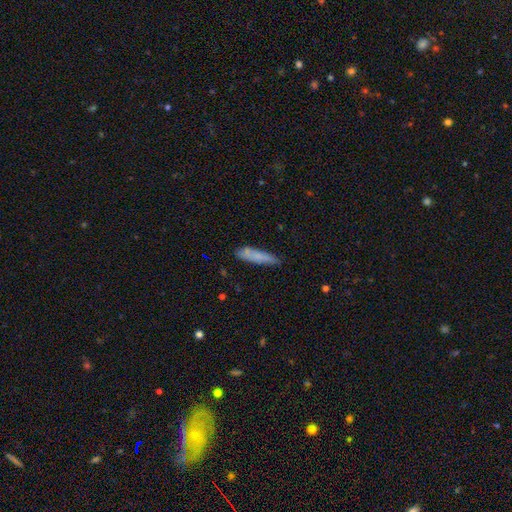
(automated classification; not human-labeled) smooth_or_featured: smooth (p=0.76) [alt: featured or disk p=0.17]
how_rounded: cigar-shaped (p=0.82) [alt: in between p=0.16]
merging: none (p=0.73) [alt: minor disturbance p=0.20]